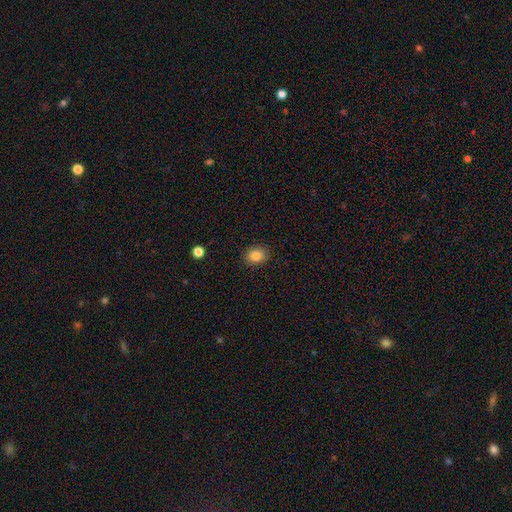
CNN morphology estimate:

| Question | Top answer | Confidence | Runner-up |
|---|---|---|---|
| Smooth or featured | smooth | 85% | star or artifact (9%) |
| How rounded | in between | 55% | round (45%) |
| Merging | none | 88% | minor disturbance (8%) |